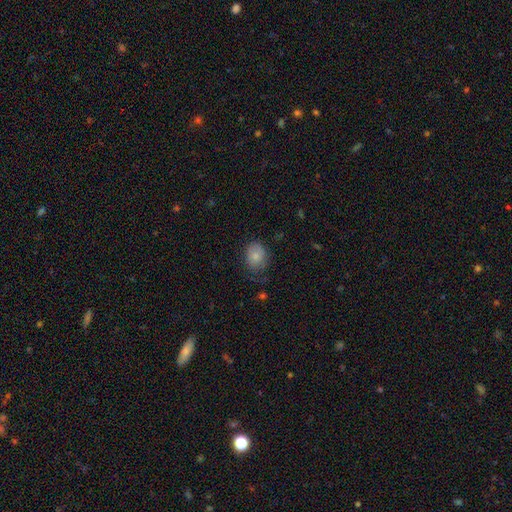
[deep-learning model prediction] smooth 81%, featured or disk 11%, star or artifact 8%. Down the decision tree: how rounded — in between (51%); merging — none (66%).